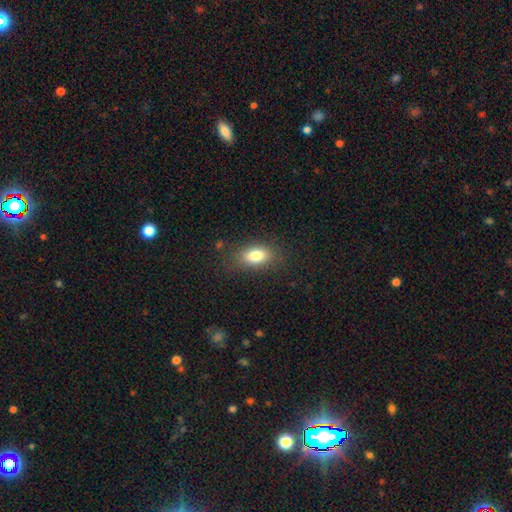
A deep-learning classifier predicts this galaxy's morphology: The model was most divided on "merging": none: 82%, minor disturbance: 12%, major disturbance: 4%, merger: 1%. More confident: how rounded — in between (86%); smooth or featured — smooth (81%).